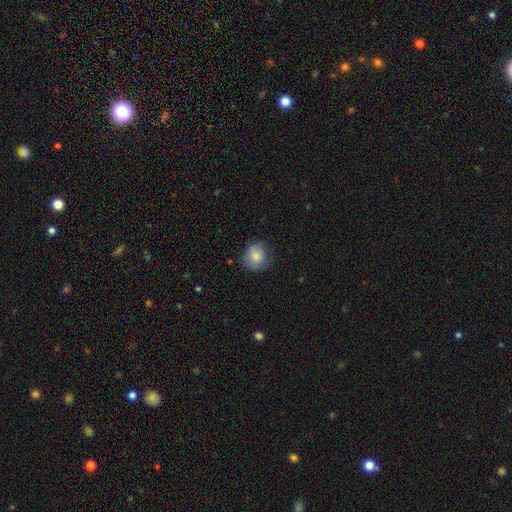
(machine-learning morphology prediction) This is likely a smooth galaxy (80%). How rounded: likely round (78%). Merging: likely none (71%).